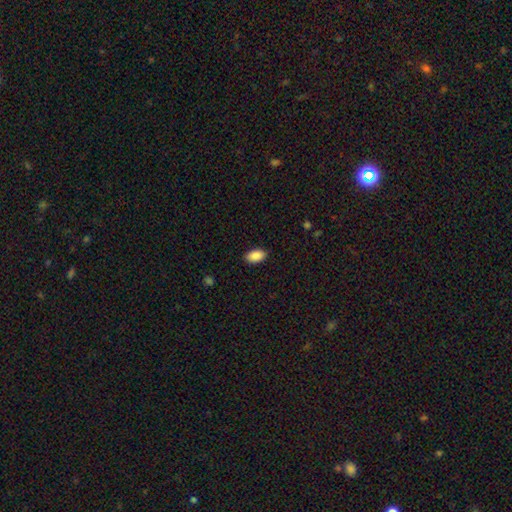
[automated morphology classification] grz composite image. It shows a smooth galaxy with no disk features (90%) that is in between round and cigar-shaped (94%). Merging: none (89%).